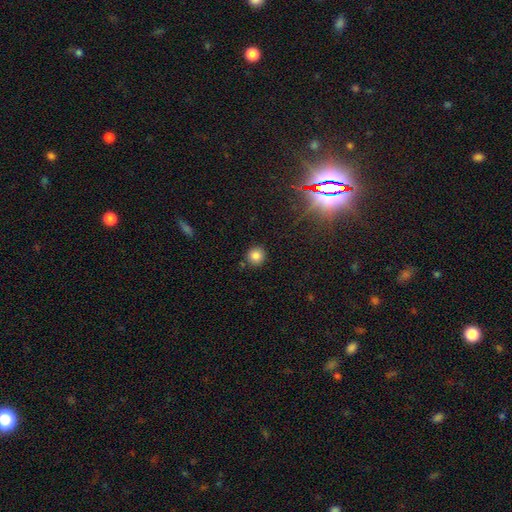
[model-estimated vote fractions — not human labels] smooth 83%, star or artifact 12%, featured or disk 5%. Down the decision tree: how rounded — round (93%); merging — none (88%).